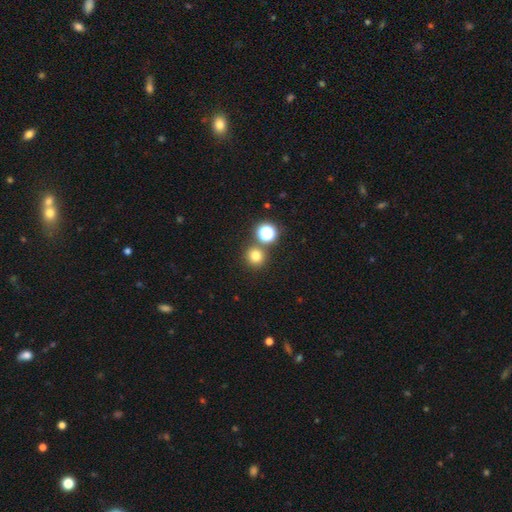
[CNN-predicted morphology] Q: Smooth or featured?
A: smooth (76%); runner-up: star or artifact (18%)
Q: How rounded?
A: round (92%); runner-up: in between (7%)
Q: Merging?
A: none (79%); runner-up: merger (12%)